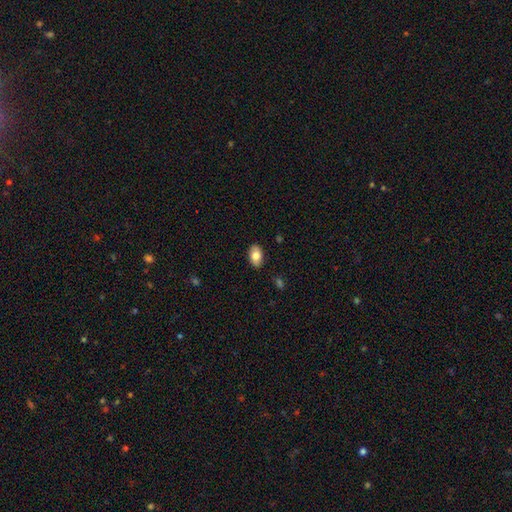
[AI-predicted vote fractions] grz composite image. It shows a smooth galaxy with no disk features (79%) that is in between round and cigar-shaped (92%). Merging: none (87%).